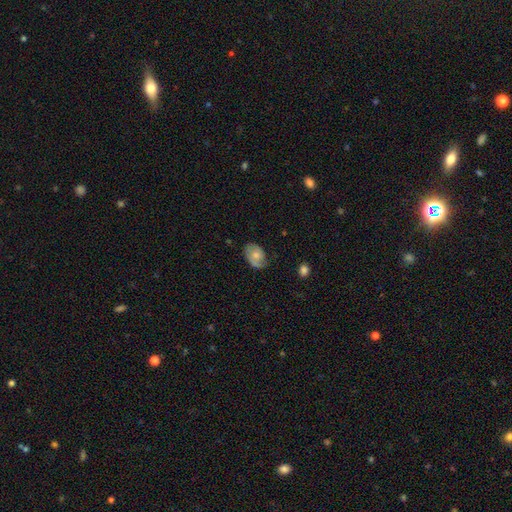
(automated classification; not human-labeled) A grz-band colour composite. It shows a featured or disk galaxy (52%) with no bar (75%), spiral arms (81%) and a moderate central bulge (55%). Merging: none (63%).